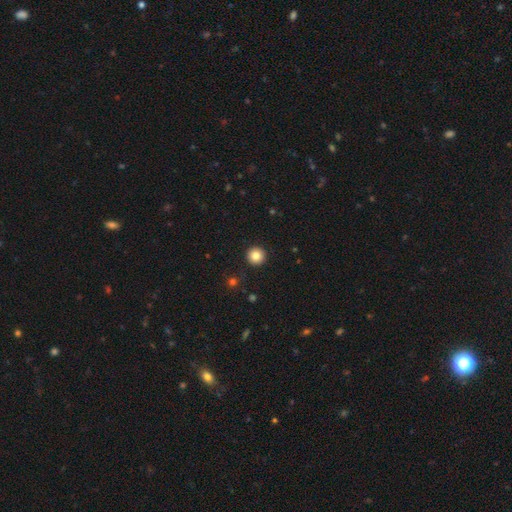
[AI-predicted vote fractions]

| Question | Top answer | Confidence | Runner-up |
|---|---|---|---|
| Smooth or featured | smooth | 84% | star or artifact (10%) |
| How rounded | round | 96% | in between (3%) |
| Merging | none | 93% | minor disturbance (4%) |